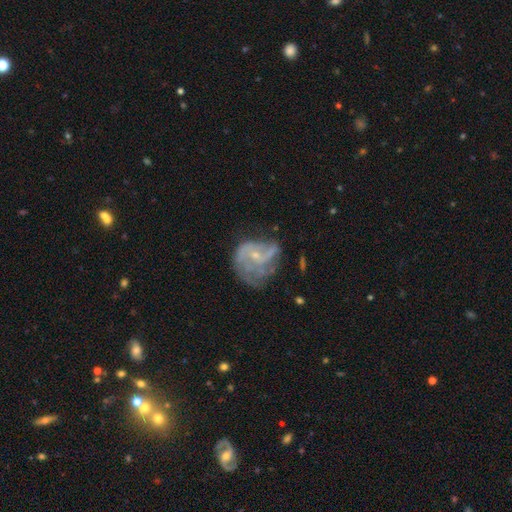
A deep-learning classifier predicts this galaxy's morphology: smooth-or-featured: featured or disk: 74% | smooth: 17% | star or artifact: 9%
  disk-edge-on: no: 98% | yes: 2%
    bar: no: 64% | weak: 30% | strong: 5%
    has-spiral-arms: yes: 79% | no: 21%
      spiral-winding: medium: 40% | loose: 32% | tight: 28%
      spiral-arm-count: can't tell: 34% | 3: 24% | 2: 22% | 4: 8% | 1: 7% | more than 4: 5%
    bulge-size: small: 74% | moderate: 17% | none: 7% | large: 1% | dominant: 1%
  merging: none: 42% | major disturbance: 30% | minor disturbance: 25% | merger: 3%